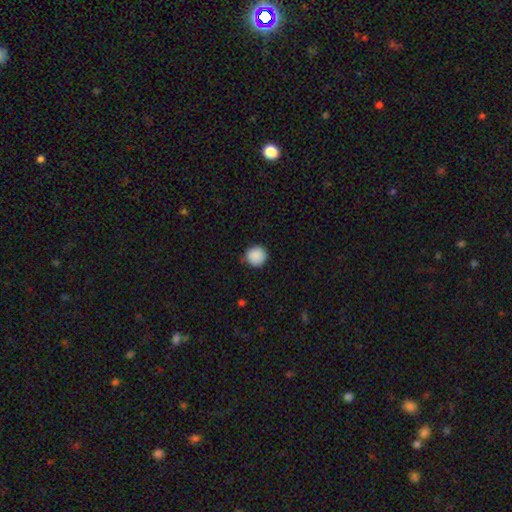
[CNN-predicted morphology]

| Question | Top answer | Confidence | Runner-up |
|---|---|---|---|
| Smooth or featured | smooth | 89% | star or artifact (8%) |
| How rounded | round | 95% | in between (4%) |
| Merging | none | 86% | minor disturbance (10%) |